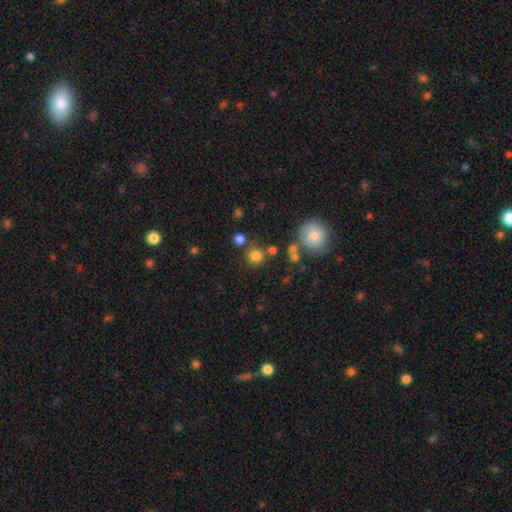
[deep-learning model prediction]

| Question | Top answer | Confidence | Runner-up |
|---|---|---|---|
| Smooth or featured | smooth | 80% | star or artifact (14%) |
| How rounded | round | 91% | in between (8%) |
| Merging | none | 76% | merger (11%) |